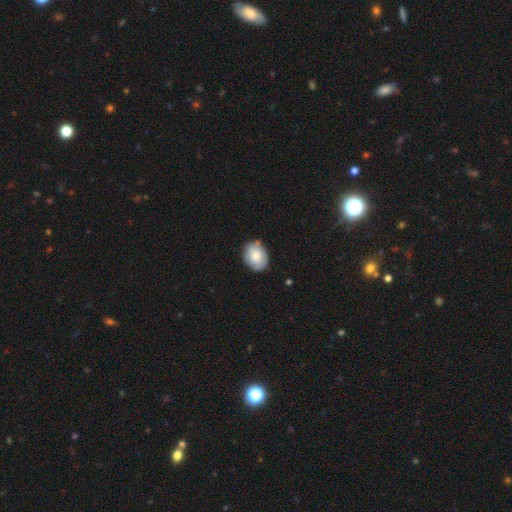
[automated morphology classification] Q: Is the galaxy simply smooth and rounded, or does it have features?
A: smooth — 73%.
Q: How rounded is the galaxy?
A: in between — 64%.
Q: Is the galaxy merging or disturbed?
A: none — 76%.